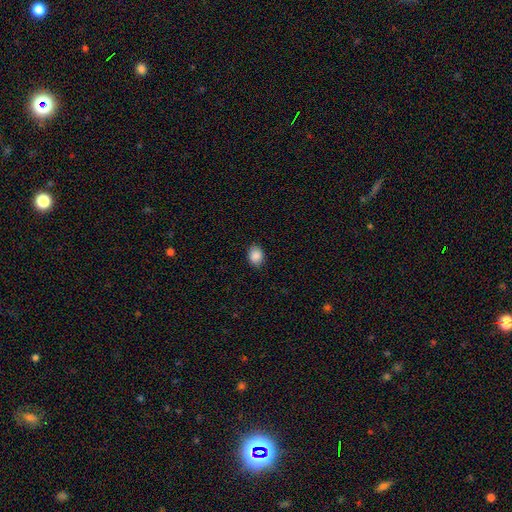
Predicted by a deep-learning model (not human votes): This appears to be a smooth galaxy with no disk features (88%) that is in between round and cigar-shaped (54%). Merging: none (88%).